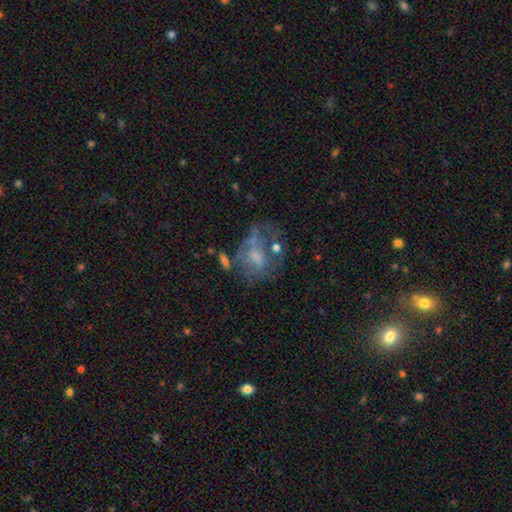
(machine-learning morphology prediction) A featured or disk galaxy (53%) with no bar (65%), no spiral arms (69%) and a moderate central bulge (38%). Merging: none (36%).